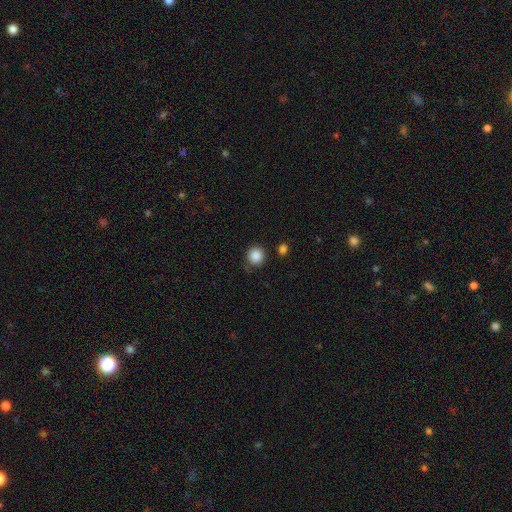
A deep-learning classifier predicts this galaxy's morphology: smooth 87%, star or artifact 10%, featured or disk 4%. Down the decision tree: how rounded — round (92%); merging — none (81%).